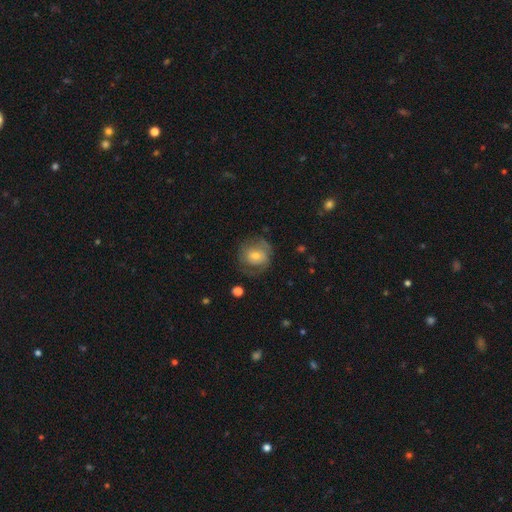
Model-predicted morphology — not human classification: smooth 49%, featured or disk 43%, star or artifact 8%. Down the decision tree: merging — none (55%).